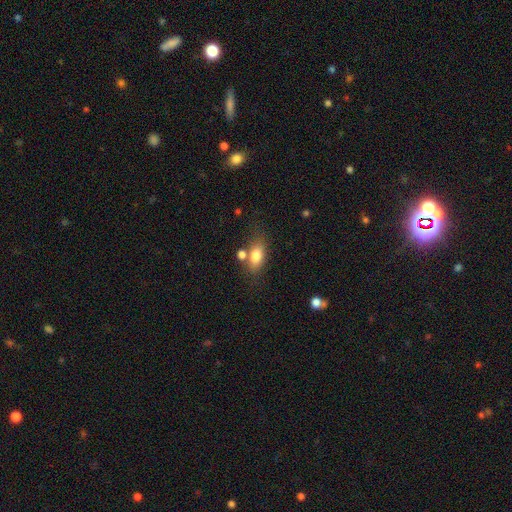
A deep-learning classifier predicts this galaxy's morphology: Smooth or featured?
  - smooth: 79% *
  - featured or disk: 12%
  - star or artifact: 9%
How rounded?
  - in between: 82% *
  - round: 11%
  - cigar-shaped: 7%
Merging?
  - none: 61% *
  - merger: 19%
  - minor disturbance: 15%
  - major disturbance: 6%